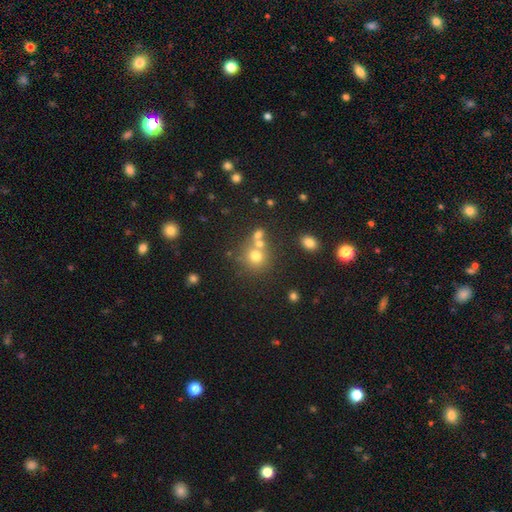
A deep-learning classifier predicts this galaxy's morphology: A smooth galaxy with no disk features (70%) that is round (87%).

Vote fractions:
- Smooth or featured? smooth: 70% / star or artifact: 16% / featured or disk: 14%
- How rounded? round: 87% / in between: 13% / cigar-shaped: 1%
- Merging? none: 54% / merger: 33% / minor disturbance: 9% / major disturbance: 4%